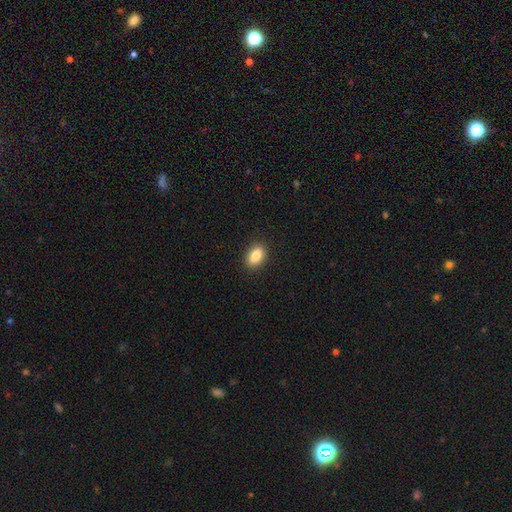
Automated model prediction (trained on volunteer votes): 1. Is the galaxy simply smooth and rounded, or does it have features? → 86% smooth, 8% star or artifact, 6% featured or disk.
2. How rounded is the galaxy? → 87% in between, 10% round, 2% cigar-shaped.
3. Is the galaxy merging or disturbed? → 89% none, 8% minor disturbance, 2% major disturbance, 1% merger.